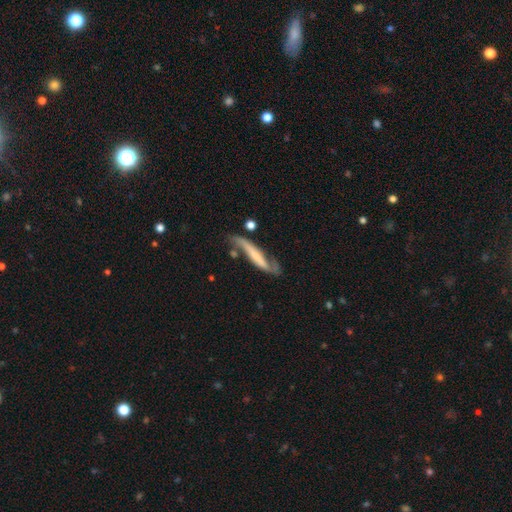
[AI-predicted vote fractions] smooth_or_featured: featured or disk (p=0.63) [alt: smooth p=0.31]
disk_edge_on: no (p=0.53) [alt: yes p=0.47]
merging: none (p=0.50) [alt: minor disturbance p=0.27]